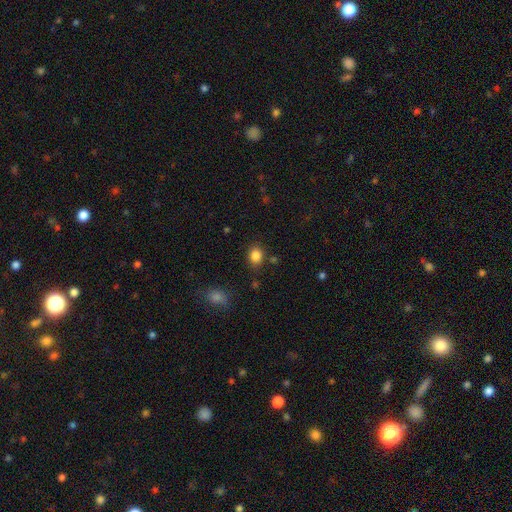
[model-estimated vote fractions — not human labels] A smooth galaxy with no disk features (85%) that is round (54%).

Vote fractions:
- Smooth or featured? smooth: 85% / star or artifact: 10% / featured or disk: 4%
- How rounded? round: 54% / in between: 45% / cigar-shaped: 1%
- Merging? none: 82% / minor disturbance: 11% / major disturbance: 3% / merger: 3%